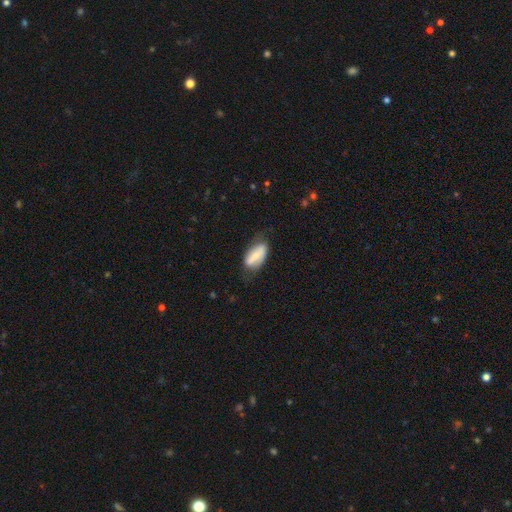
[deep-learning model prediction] Q: Smooth or featured?
A: smooth (51%); runner-up: featured or disk (42%)
Q: How rounded?
A: in between (87%); runner-up: cigar-shaped (9%)
Q: Merging?
A: none (63%); runner-up: minor disturbance (27%)